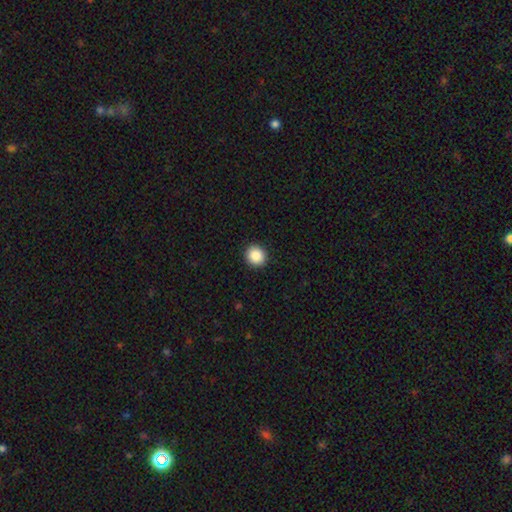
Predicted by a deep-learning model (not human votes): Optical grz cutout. It shows a smooth galaxy with no disk features (88%) that is round (86%). Merging: none (92%).